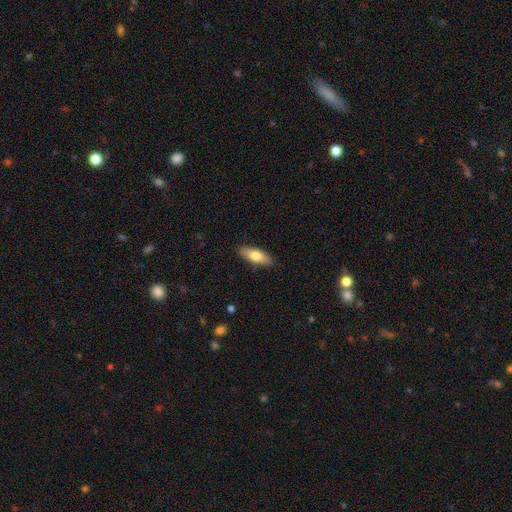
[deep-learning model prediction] smooth_or_featured: smooth (p=0.70) [alt: featured or disk p=0.24]
how_rounded: in between (p=0.64) [alt: cigar-shaped p=0.33]
merging: none (p=0.88) [alt: minor disturbance p=0.09]